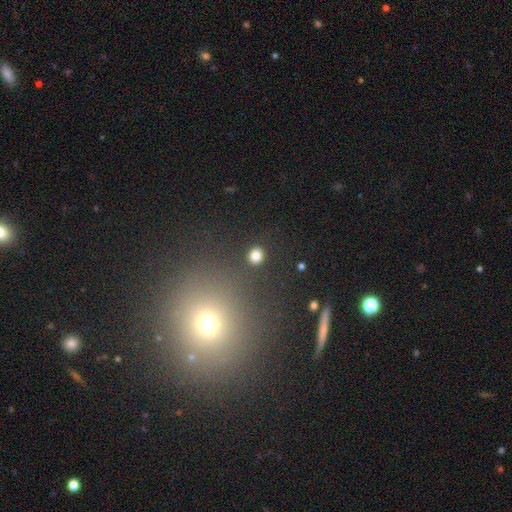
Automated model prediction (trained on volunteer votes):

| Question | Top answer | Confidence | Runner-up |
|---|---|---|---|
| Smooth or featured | smooth | 82% | star or artifact (14%) |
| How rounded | round | 82% | in between (17%) |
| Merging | none | 90% | minor disturbance (6%) |